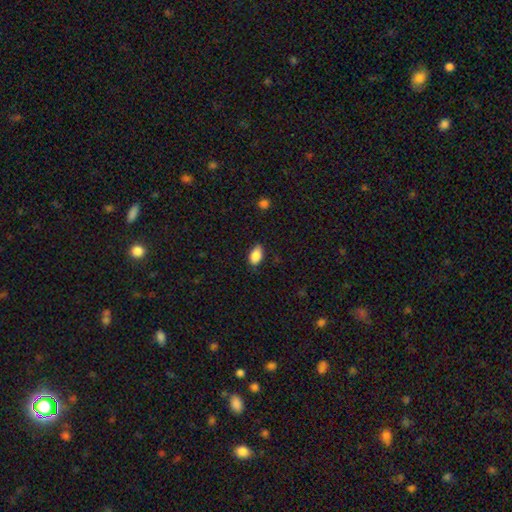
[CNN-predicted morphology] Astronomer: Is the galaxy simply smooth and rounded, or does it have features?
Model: smooth — 88%.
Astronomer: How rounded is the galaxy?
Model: in between — 91%.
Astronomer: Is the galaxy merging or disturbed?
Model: none — 79%.